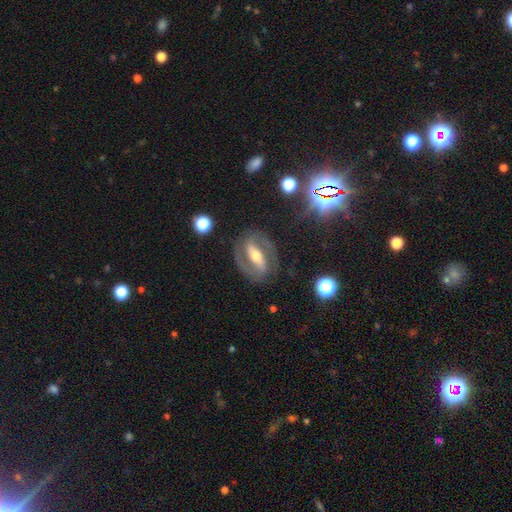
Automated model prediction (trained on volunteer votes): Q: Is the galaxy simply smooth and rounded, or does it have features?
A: featured or disk — 86%.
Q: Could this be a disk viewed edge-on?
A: no — 95%.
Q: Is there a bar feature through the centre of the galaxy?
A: strong — 67%.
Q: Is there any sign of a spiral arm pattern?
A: yes — 92%.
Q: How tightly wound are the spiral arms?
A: medium — 50%.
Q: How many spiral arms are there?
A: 2 — 91%.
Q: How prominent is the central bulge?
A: moderate — 63%.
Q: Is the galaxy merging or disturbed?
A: none — 81%.